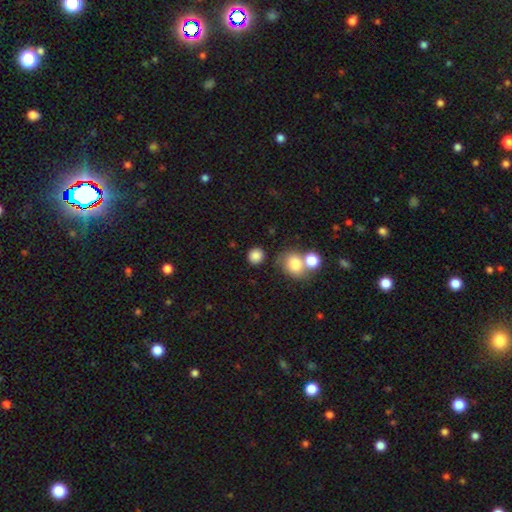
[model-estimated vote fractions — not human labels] Smooth or featured: smooth — 84% (star or artifact — 11%)
How rounded: round — 83% (in between — 15%)
Merging: none — 78% (minor disturbance — 10%)